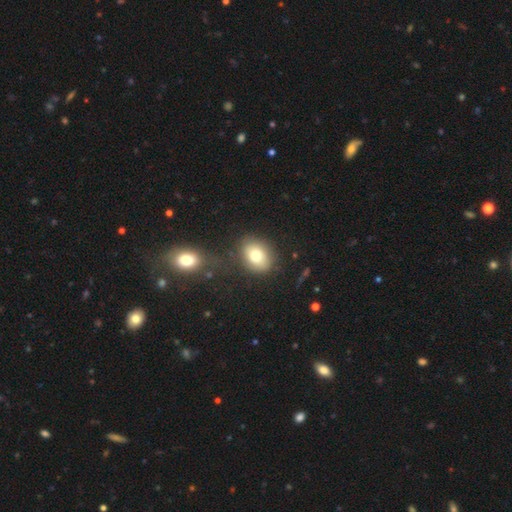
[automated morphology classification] Q: Smooth or featured?
A: smooth (78%); runner-up: featured or disk (13%)
Q: How rounded?
A: in between (66%); runner-up: round (33%)
Q: Merging?
A: none (73%); runner-up: minor disturbance (14%)